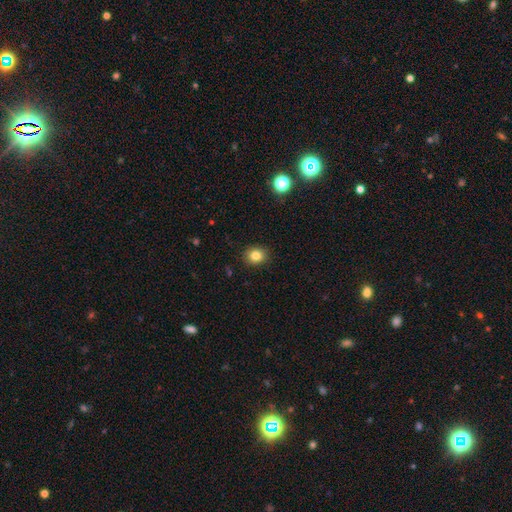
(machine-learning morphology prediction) The model was most divided on "how rounded": round: 73%, in between: 26%, cigar-shaped: 1%. More confident: merging — none (90%); smooth or featured — smooth (82%).